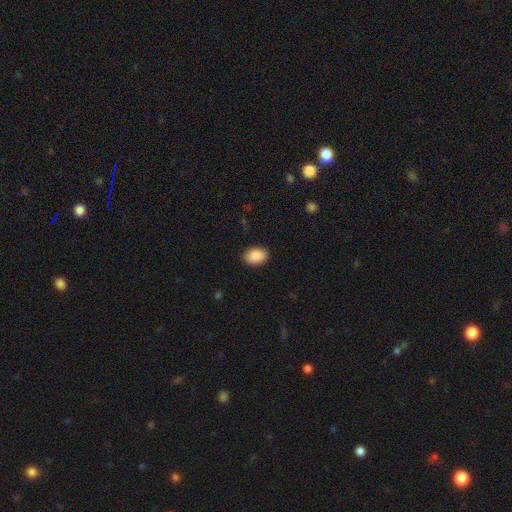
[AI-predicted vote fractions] Smooth or featured? Predicted: smooth (p=0.90). How rounded? Predicted: in between (p=0.82). Merging? Predicted: none (p=0.88).